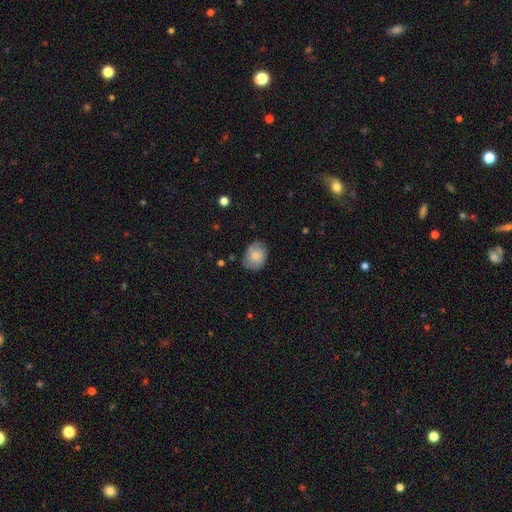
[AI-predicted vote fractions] Q: Smooth or featured?
A: smooth (74%); runner-up: featured or disk (19%)
Q: How rounded?
A: in between (58%); runner-up: round (41%)
Q: Merging?
A: none (68%); runner-up: minor disturbance (24%)